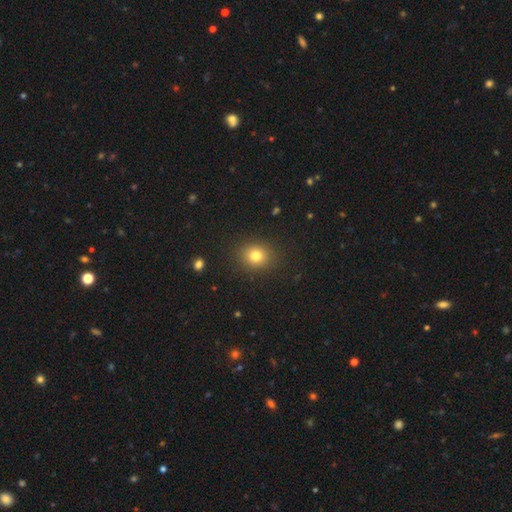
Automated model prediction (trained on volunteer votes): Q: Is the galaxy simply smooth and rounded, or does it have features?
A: smooth — 80%.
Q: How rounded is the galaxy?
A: round — 66%.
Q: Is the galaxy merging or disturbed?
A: none — 88%.